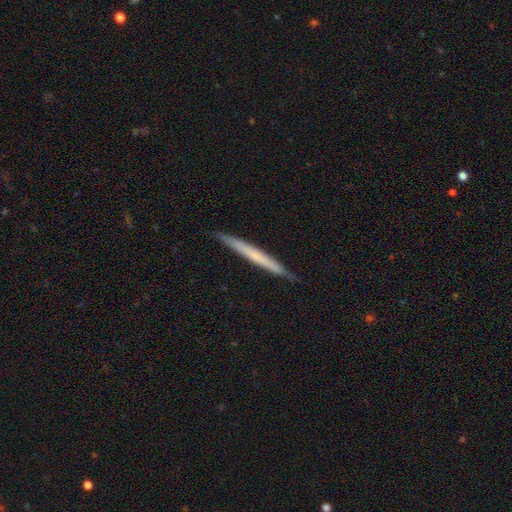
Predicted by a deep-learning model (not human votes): smooth_or_featured: smooth (p=0.50) [alt: featured or disk p=0.44]
merging: none (p=0.89) [alt: minor disturbance p=0.09]